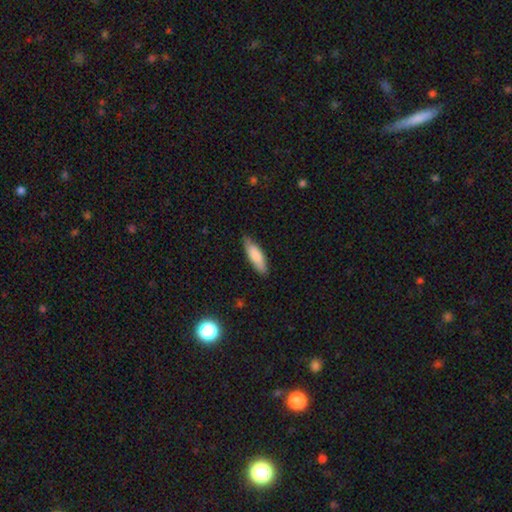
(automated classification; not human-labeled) Smooth or featured?
  - smooth: 81% *
  - featured or disk: 14%
  - star or artifact: 6%
How rounded?
  - cigar-shaped: 52% *
  - in between: 47%
  - round: 2%
Merging?
  - none: 81% *
  - minor disturbance: 15%
  - major disturbance: 2%
  - merger: 1%